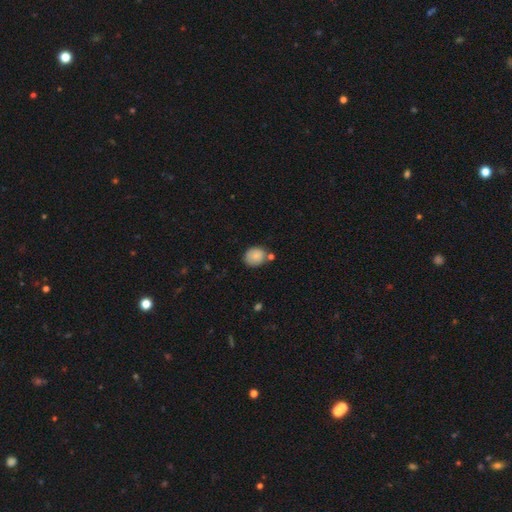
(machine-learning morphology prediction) This is clearly a smooth galaxy (84%). How rounded: possibly round (59%). Merging: likely none (66%).